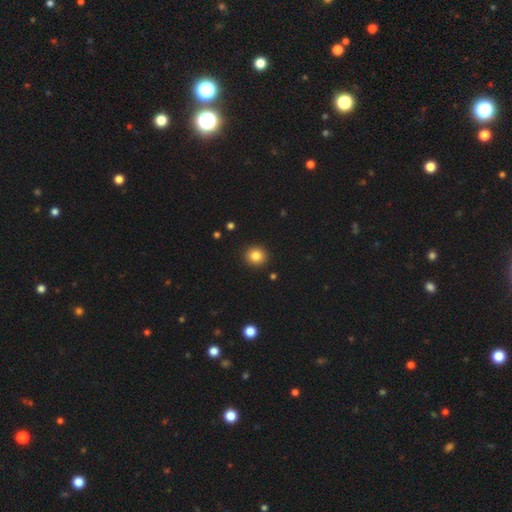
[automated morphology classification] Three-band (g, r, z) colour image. It shows a smooth galaxy with no disk features (84%) that is round (87%). Merging: none (91%).